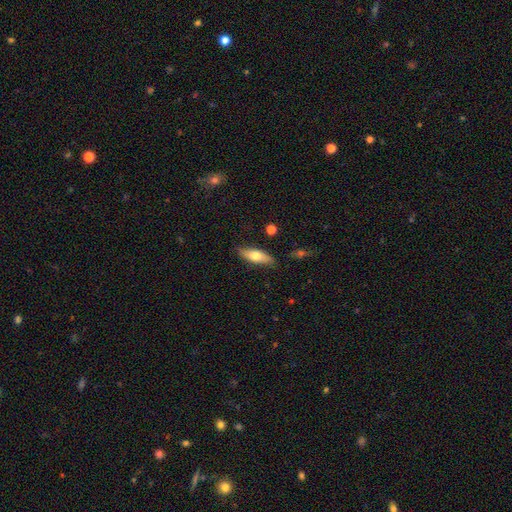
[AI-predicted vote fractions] This is likely a smooth galaxy (65%). How rounded: possibly in between (57%). Merging: clearly none (83%).